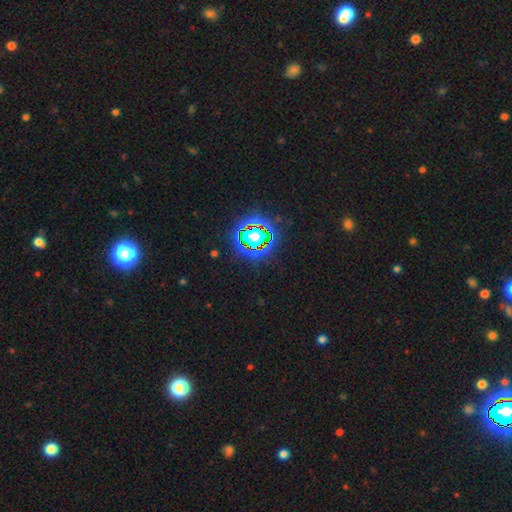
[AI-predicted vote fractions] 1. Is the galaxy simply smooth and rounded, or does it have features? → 80% star or artifact, 12% smooth, 8% featured or disk.